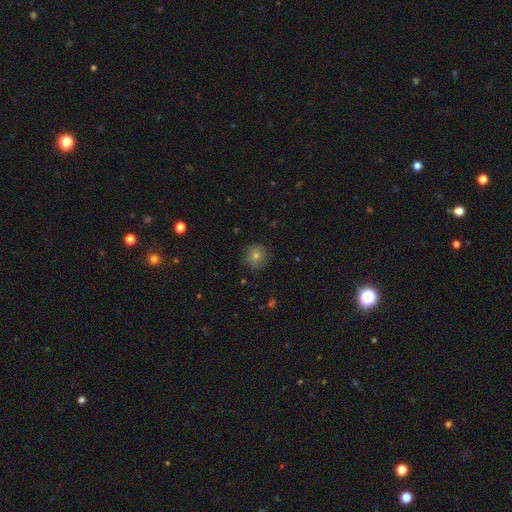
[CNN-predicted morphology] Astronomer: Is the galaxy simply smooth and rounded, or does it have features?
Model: smooth — 64%.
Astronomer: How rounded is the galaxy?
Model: round — 91%.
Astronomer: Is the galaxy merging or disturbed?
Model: none — 84%.